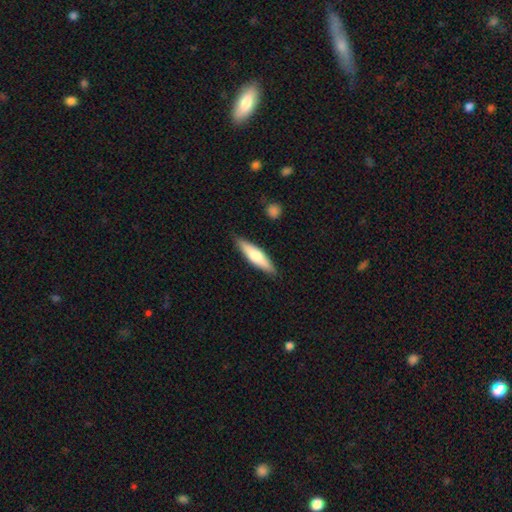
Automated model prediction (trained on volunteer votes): Q: Smooth or featured?
A: smooth (61%); runner-up: featured or disk (34%)
Q: How rounded?
A: cigar-shaped (67%); runner-up: in between (32%)
Q: Merging?
A: none (87%); runner-up: minor disturbance (10%)